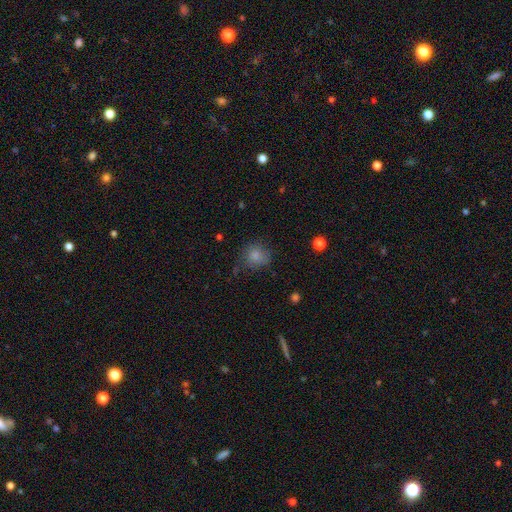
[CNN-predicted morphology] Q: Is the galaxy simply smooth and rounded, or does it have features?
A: smooth — 82%.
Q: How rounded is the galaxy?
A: round — 81%.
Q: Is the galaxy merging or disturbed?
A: none — 68%.